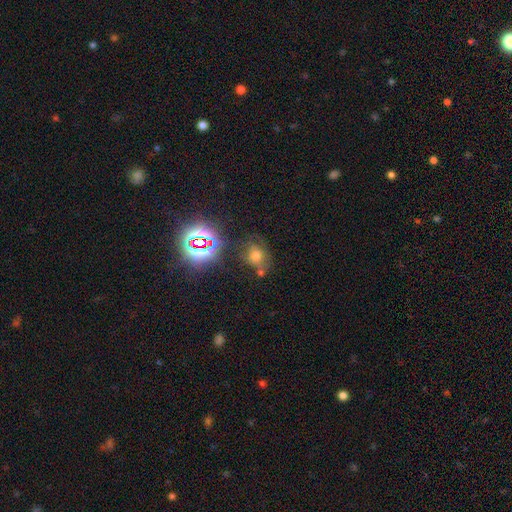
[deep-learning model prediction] Overall: smooth (58%; star or artifact 29%). How rounded: round (57%; in between 41%). Merging: none (60%).